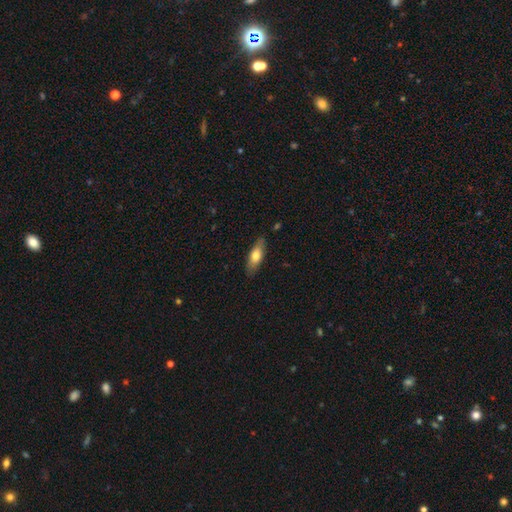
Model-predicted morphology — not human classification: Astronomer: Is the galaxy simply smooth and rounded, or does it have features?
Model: smooth — 67%.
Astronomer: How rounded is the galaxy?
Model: in between — 63%.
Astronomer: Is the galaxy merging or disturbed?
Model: none — 84%.